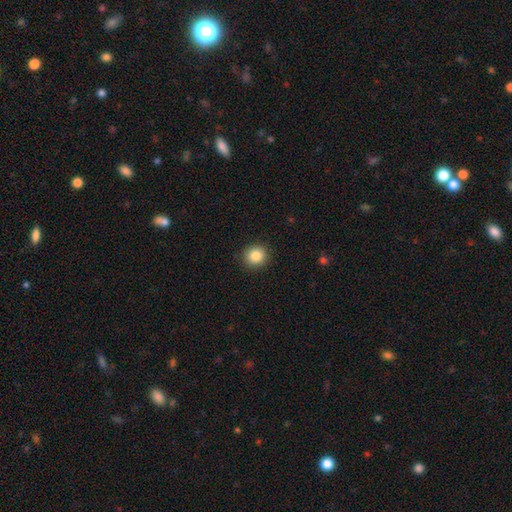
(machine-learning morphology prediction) Q: Smooth or featured?
A: smooth (85%); runner-up: star or artifact (10%)
Q: How rounded?
A: round (89%); runner-up: in between (10%)
Q: Merging?
A: none (91%); runner-up: minor disturbance (6%)